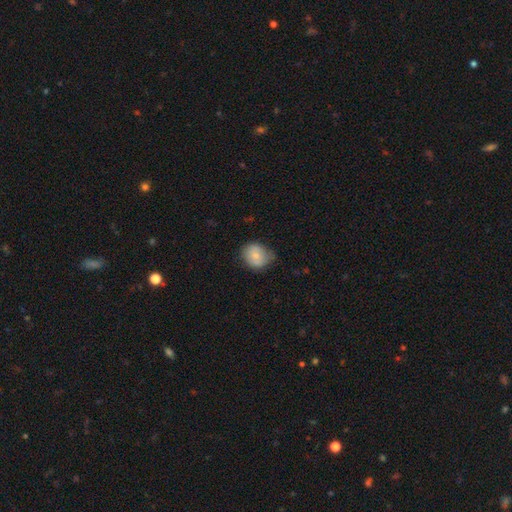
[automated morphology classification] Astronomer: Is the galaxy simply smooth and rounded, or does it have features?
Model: smooth — 72%.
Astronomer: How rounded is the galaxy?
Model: round — 65%.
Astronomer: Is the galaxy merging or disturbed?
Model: none — 58%.